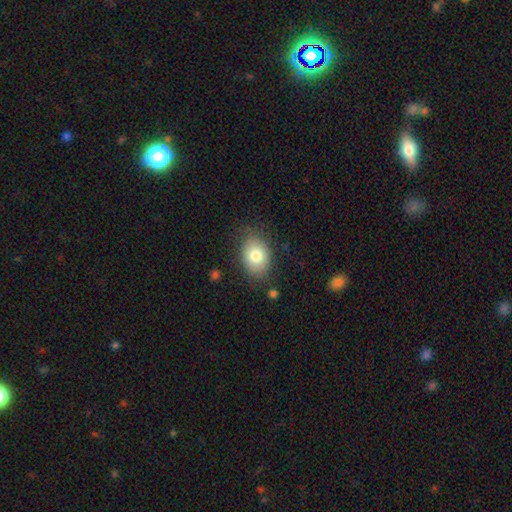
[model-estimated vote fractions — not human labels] Smooth or featured? smooth (79%)
How rounded? in between (74%)
Merging? none (77%)